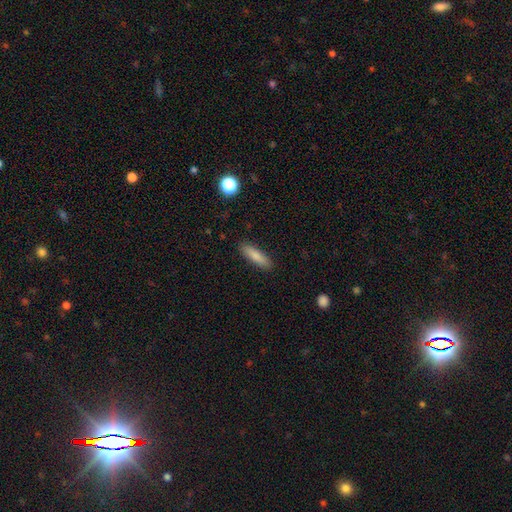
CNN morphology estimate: smooth_or_featured: smooth (p=0.84) [alt: featured or disk p=0.10]
how_rounded: cigar-shaped (p=0.68) [alt: in between p=0.31]
merging: none (p=0.89) [alt: minor disturbance p=0.08]